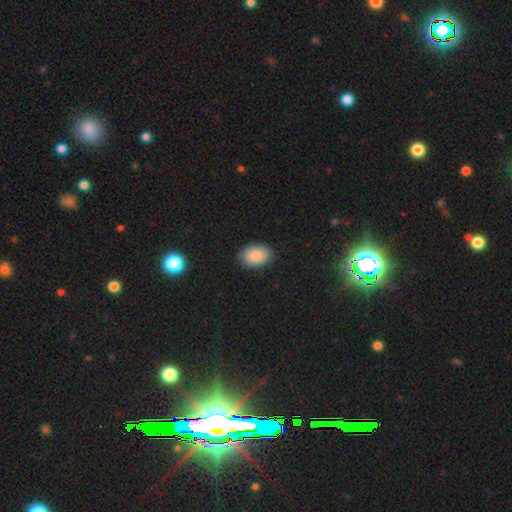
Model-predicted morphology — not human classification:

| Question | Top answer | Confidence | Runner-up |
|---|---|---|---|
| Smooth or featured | smooth | 89% | star or artifact (7%) |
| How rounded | in between | 86% | round (13%) |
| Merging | none | 88% | minor disturbance (9%) |